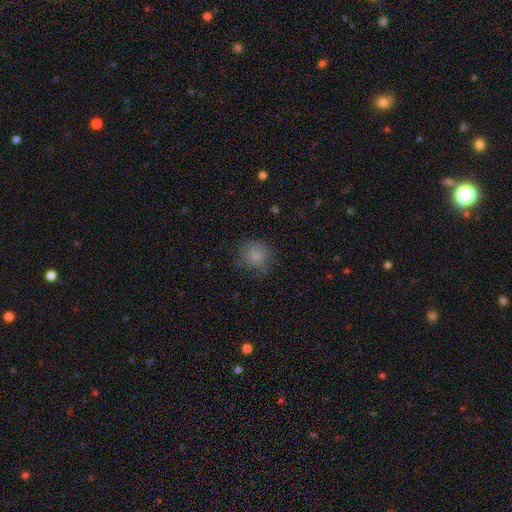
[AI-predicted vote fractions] smooth-or-featured: smooth: 80% | star or artifact: 11% | featured or disk: 9%
  how-rounded: round: 86% | in between: 13% | cigar-shaped: 1%
  merging: none: 71% | minor disturbance: 20% | major disturbance: 8% | merger: 1%